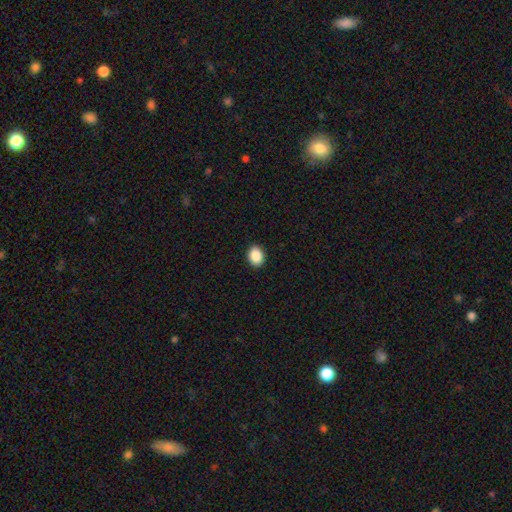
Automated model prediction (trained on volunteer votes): Q: Smooth or featured?
A: smooth (88%); runner-up: star or artifact (8%)
Q: How rounded?
A: in between (59%); runner-up: round (40%)
Q: Merging?
A: none (91%); runner-up: minor disturbance (6%)